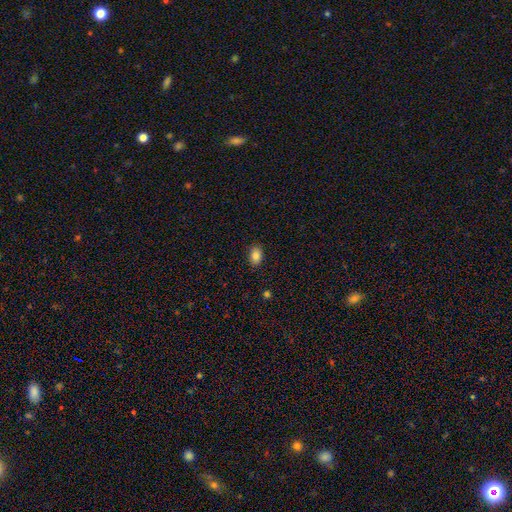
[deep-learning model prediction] Morphology: type=smooth (86%); roundness=in between (86%); merging=none (89%).